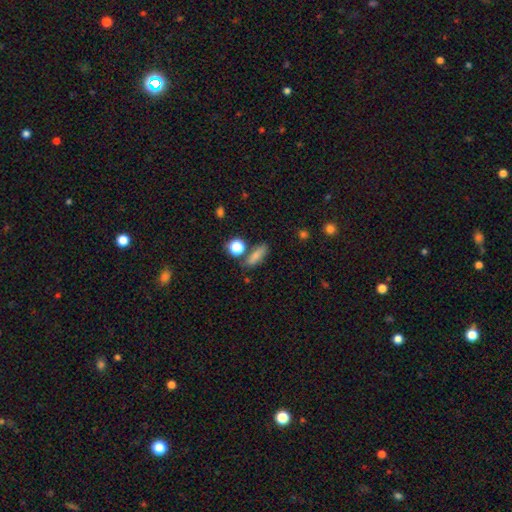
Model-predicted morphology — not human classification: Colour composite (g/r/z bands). It shows a smooth galaxy with no disk features (79%) that is in between round and cigar-shaped (50%). Merging: none (72%).